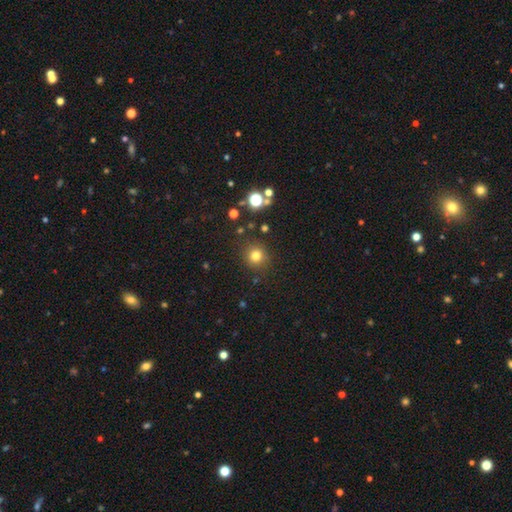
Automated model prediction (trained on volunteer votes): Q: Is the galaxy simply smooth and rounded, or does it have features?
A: smooth — 78%.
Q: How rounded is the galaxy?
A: round — 92%.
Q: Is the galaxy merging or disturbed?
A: none — 86%.